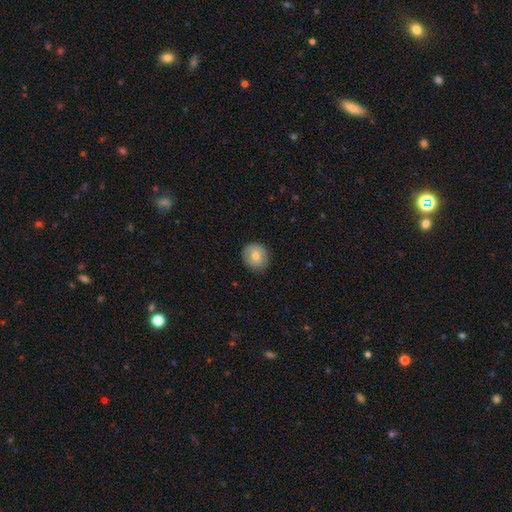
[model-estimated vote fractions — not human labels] Smooth or featured? smooth (75%)
How rounded? round (86%)
Merging? none (83%)